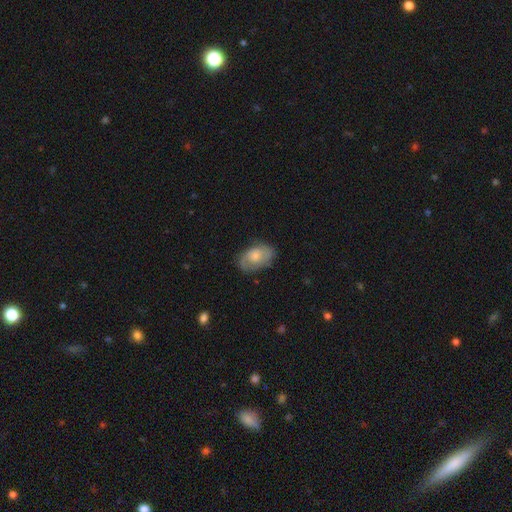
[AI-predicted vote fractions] This appears to be a featured or disk galaxy (56%) with no bar (73%), spiral arms (83%) and a small central bulge (48%). Merging: none (71%).